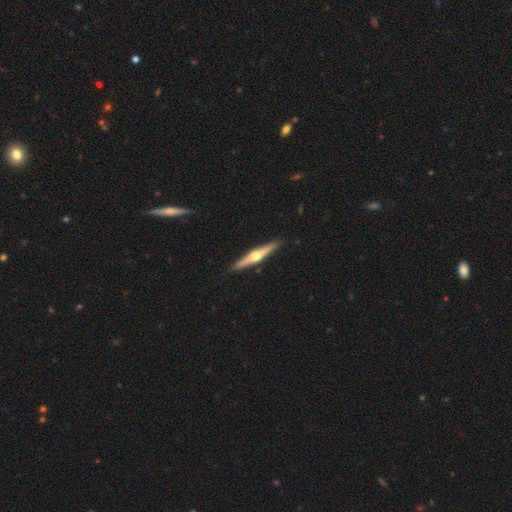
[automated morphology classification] featured or disk 67%, smooth 28%, star or artifact 5%. Down the decision tree: edge-on disk — yes (97%); edge-on bulge — rounded (93%); merging — none (91%).